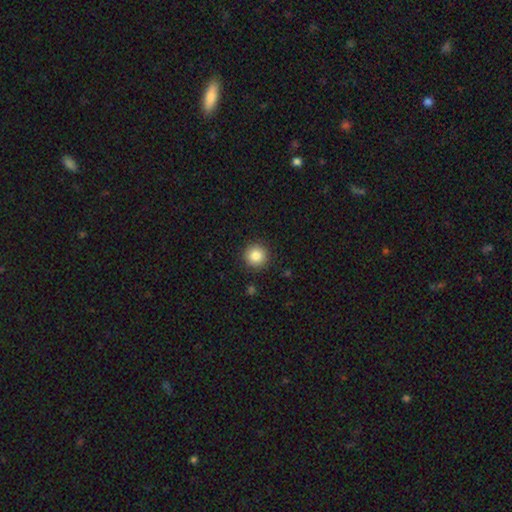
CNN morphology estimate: A smooth galaxy with no disk features (86%) that is round (96%).

Vote fractions:
- Smooth or featured? smooth: 86% / star or artifact: 9% / featured or disk: 5%
- How rounded? round: 96% / in between: 3% / cigar-shaped: 1%
- Merging? none: 91% / minor disturbance: 6% / major disturbance: 2% / merger: 1%